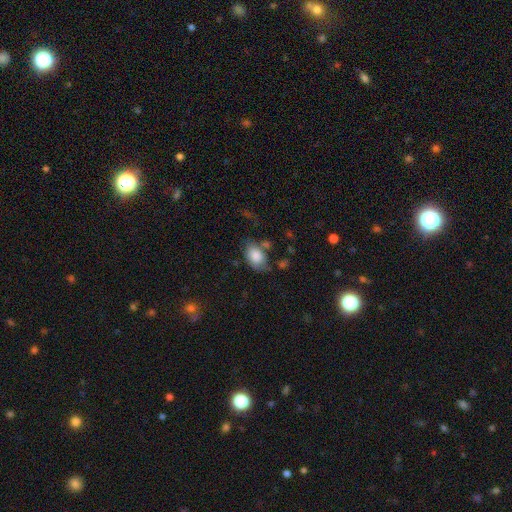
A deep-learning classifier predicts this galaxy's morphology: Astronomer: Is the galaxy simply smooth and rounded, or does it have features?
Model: smooth — 81%.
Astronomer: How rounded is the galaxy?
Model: in between — 85%.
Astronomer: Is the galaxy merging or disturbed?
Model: none — 54%.